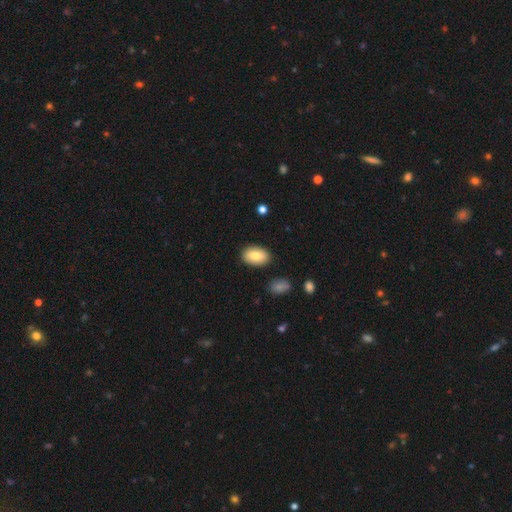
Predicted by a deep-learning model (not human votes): Smooth or featured: smooth — 81% (featured or disk — 12%)
How rounded: in between — 91% (round — 8%)
Merging: none — 87% (minor disturbance — 9%)